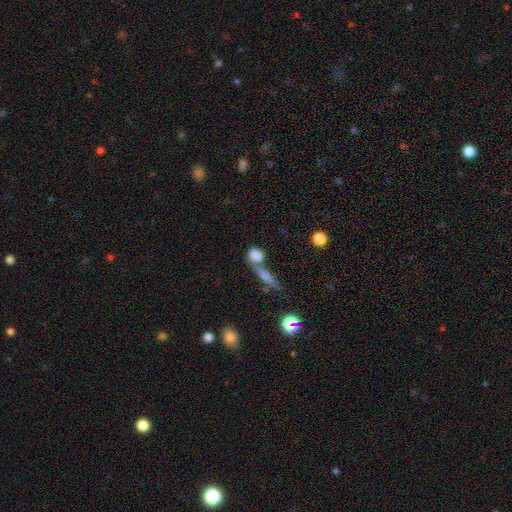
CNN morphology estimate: Overall: smooth (79%). How rounded: round (44%; in between 43%). Merging: merger (47%; none 39%).